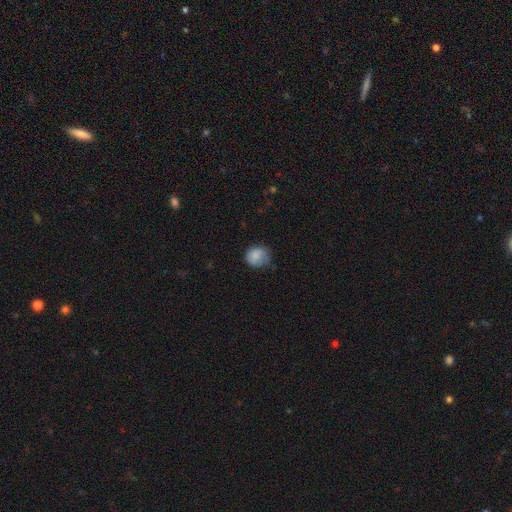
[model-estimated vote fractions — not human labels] Morphology: type=smooth (83%); roundness=round (73%); merging=none (55%).